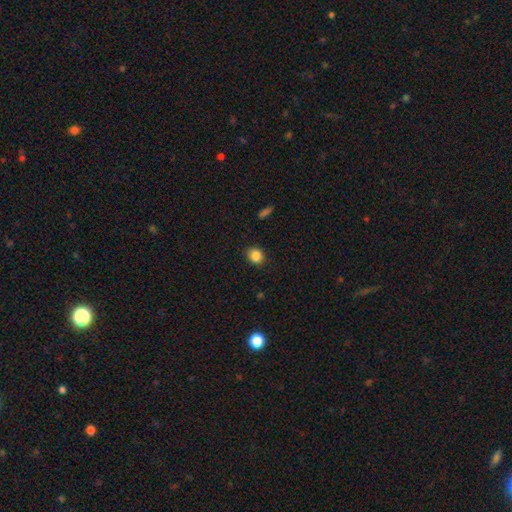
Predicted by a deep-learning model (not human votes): Smooth or featured? Predicted: smooth (p=0.86). How rounded? Predicted: round (p=0.68). Merging? Predicted: none (p=0.87).